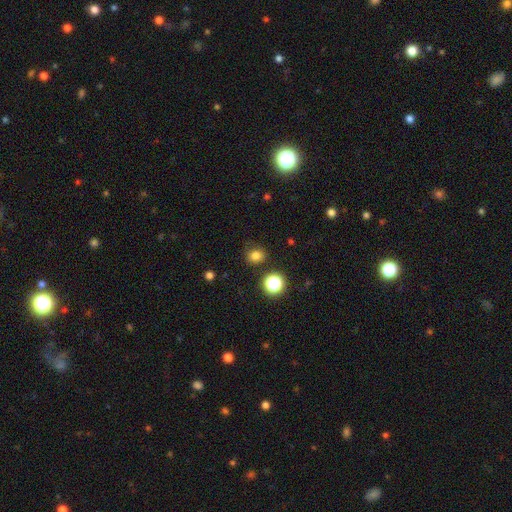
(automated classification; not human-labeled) Smooth or featured? smooth (78%)
How rounded? round (77%)
Merging? none (82%)